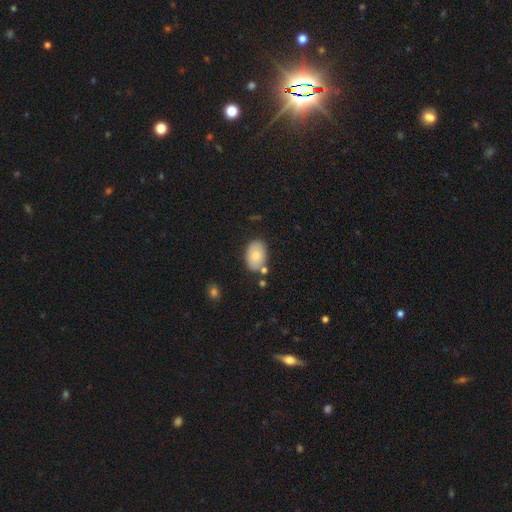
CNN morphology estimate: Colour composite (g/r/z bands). It shows a smooth galaxy with no disk features (78%) that is in between round and cigar-shaped (87%). Merging: none (73%).